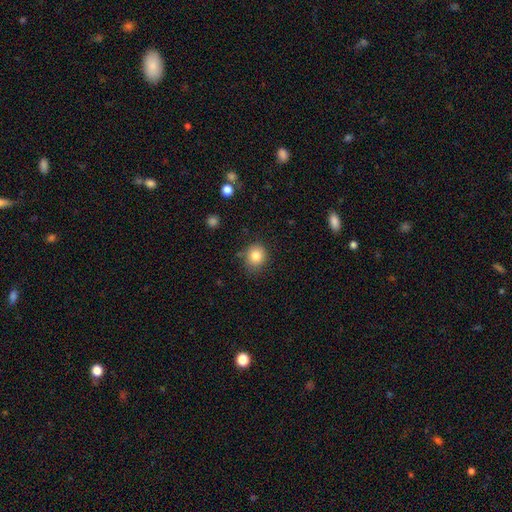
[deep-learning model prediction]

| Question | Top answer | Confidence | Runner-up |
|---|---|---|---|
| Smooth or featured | smooth | 83% | star or artifact (10%) |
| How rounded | round | 80% | in between (19%) |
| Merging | none | 80% | minor disturbance (14%) |